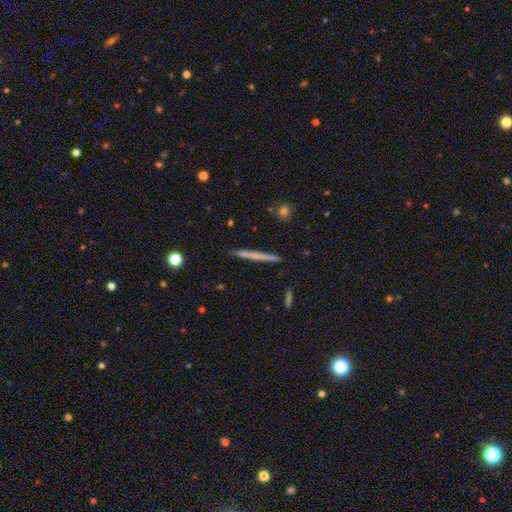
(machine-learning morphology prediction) smooth 56%, featured or disk 37%, star or artifact 6%. Down the decision tree: how rounded — cigar-shaped (97%); merging — none (91%).